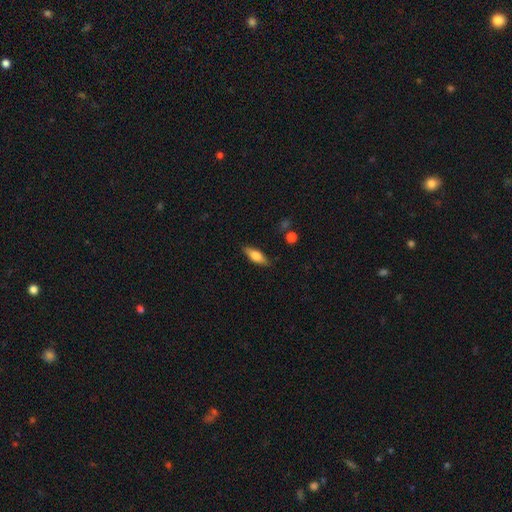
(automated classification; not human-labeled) Smooth or featured? smooth (66%)
How rounded? in between (65%)
Merging? none (85%)